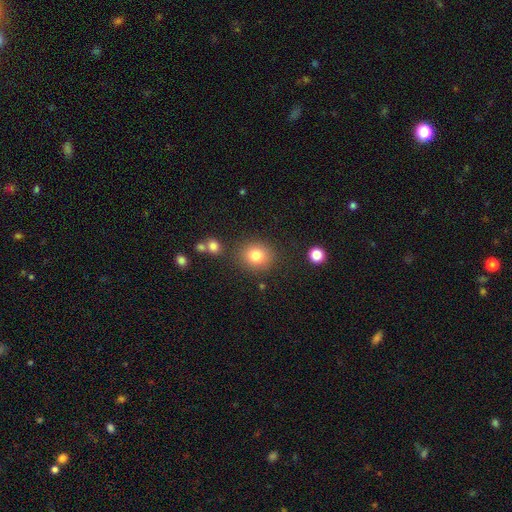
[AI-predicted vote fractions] Smooth or featured: smooth — 82% (star or artifact — 11%)
How rounded: round — 79% (in between — 20%)
Merging: none — 81% (minor disturbance — 10%)